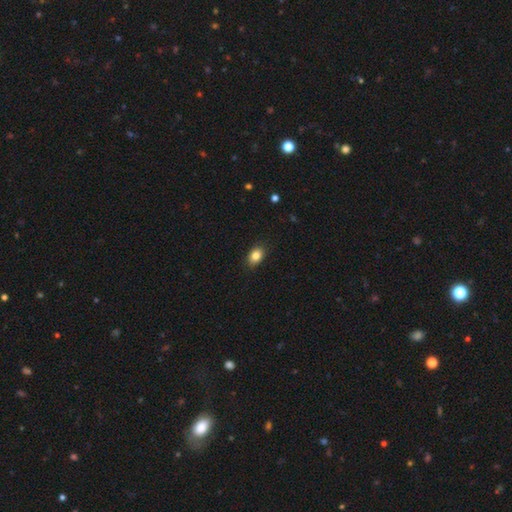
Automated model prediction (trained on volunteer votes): This appears to be a smooth galaxy with no disk features (85%) that is in between round and cigar-shaped (78%). Merging: none (88%).